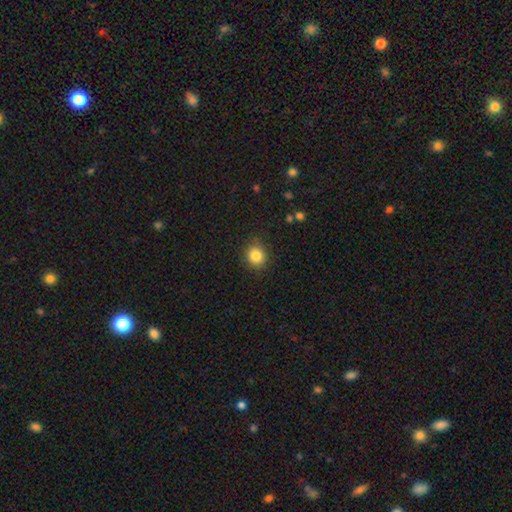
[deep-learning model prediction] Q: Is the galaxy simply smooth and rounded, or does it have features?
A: smooth — 84%.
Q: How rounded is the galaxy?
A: round — 83%.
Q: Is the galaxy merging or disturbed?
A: none — 88%.